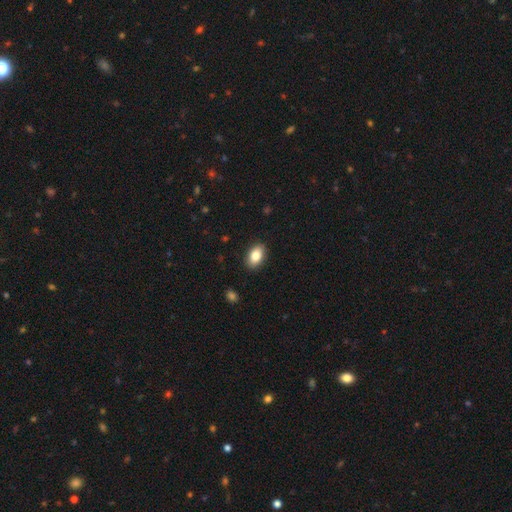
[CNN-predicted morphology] The model was most divided on "smooth or featured": smooth: 84%, featured or disk: 9%, star or artifact: 7%. More confident: how rounded — in between (91%); merging — none (89%).